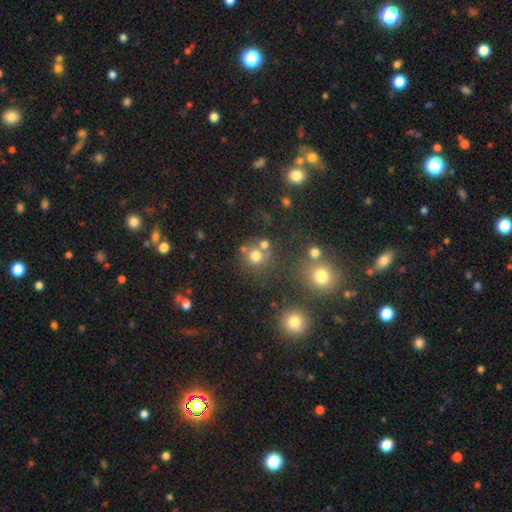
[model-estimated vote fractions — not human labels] Smooth or featured? smooth (71%)
How rounded? round (89%)
Merging? none (63%)